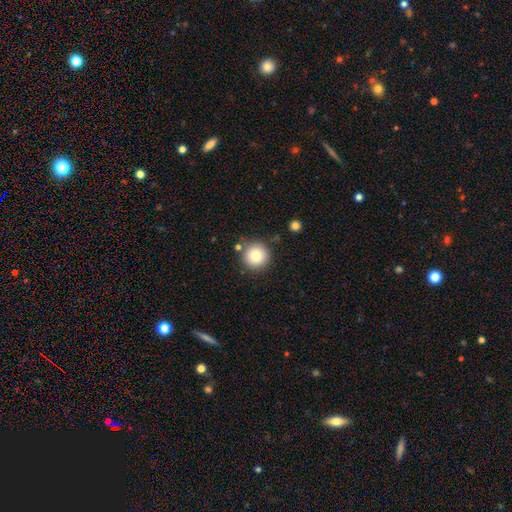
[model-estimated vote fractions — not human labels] Smooth or featured?
  - smooth: 82% *
  - star or artifact: 10%
  - featured or disk: 8%
How rounded?
  - round: 95% *
  - in between: 4%
  - cigar-shaped: 1%
Merging?
  - none: 83% *
  - minor disturbance: 9%
  - merger: 5%
  - major disturbance: 3%